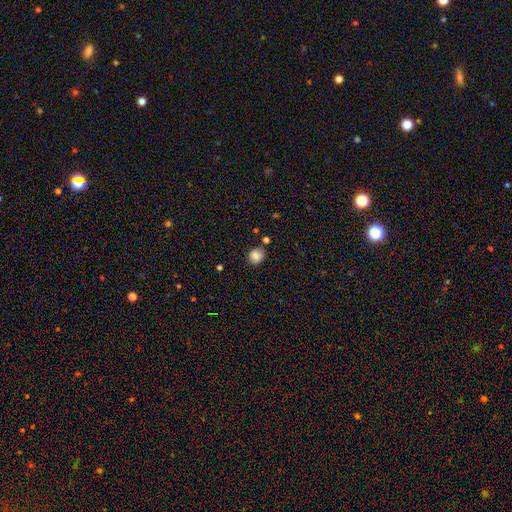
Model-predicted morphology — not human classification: The model was most divided on "how rounded": round: 74%, in between: 26%, cigar-shaped: 1%. More confident: smooth or featured — smooth (84%); merging — none (78%).